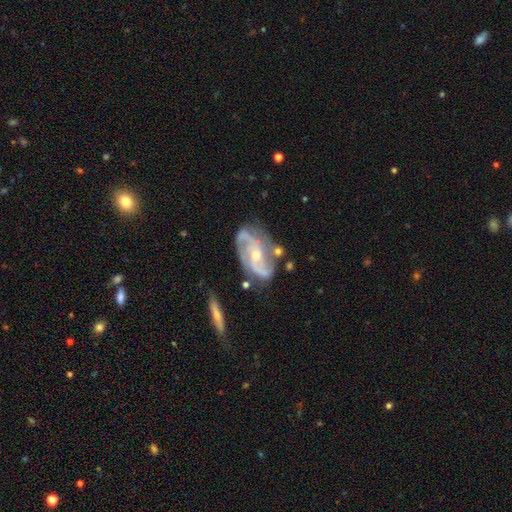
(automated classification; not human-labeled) A featured or disk galaxy (88%) with no bar (51%), 2 (73%) medium (49%) spiral arms (96%) and a small central bulge (55%).

Vote fractions:
- Smooth or featured? featured or disk: 88% / smooth: 7% / star or artifact: 6%
- Edge-on disk? no: 96% / yes: 4%
- Bar? no: 51% / weak: 35% / strong: 14%
- Spiral arms? yes: 96% / no: 4%
- Spiral winding? medium: 49% / loose: 26% / tight: 25%
- Spiral arm count? 2: 73% / 3: 12% / can't tell: 8% / 4: 3% / 1: 2% / more than 4: 2%
- Bulge size? small: 55% / moderate: 40% / none: 2% / large: 2% / dominant: 1%
- Merging? none: 64% / minor disturbance: 21% / major disturbance: 9% / merger: 6%